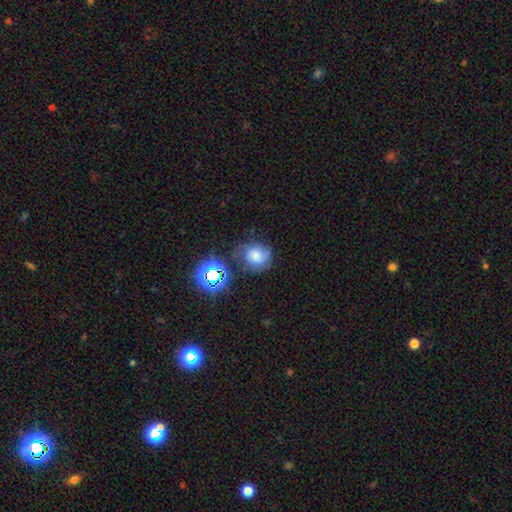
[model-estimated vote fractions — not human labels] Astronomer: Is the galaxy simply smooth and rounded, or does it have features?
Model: smooth — 54%.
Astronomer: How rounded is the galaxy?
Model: round — 70%.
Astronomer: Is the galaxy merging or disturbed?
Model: none — 59%.